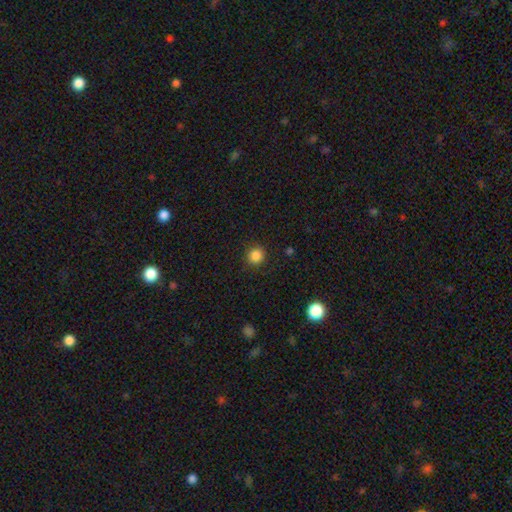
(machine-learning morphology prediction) Smooth or featured? Predicted: smooth (p=0.85). How rounded? Predicted: round (p=0.92). Merging? Predicted: none (p=0.90).